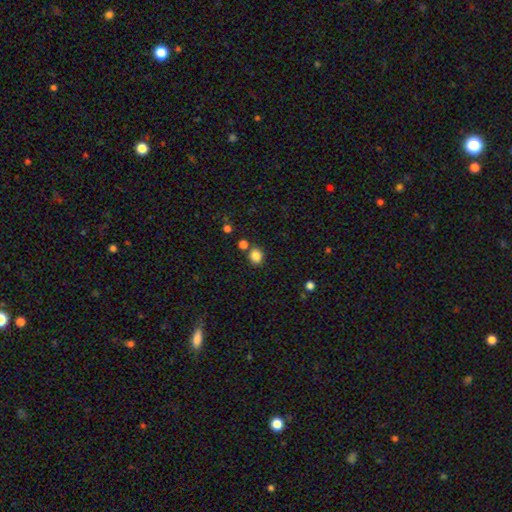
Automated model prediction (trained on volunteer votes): Smooth or featured?
  - smooth: 84% *
  - star or artifact: 11%
  - featured or disk: 4%
How rounded?
  - round: 73% *
  - in between: 27%
  - cigar-shaped: 1%
Merging?
  - none: 76% *
  - merger: 12%
  - minor disturbance: 9%
  - major disturbance: 3%